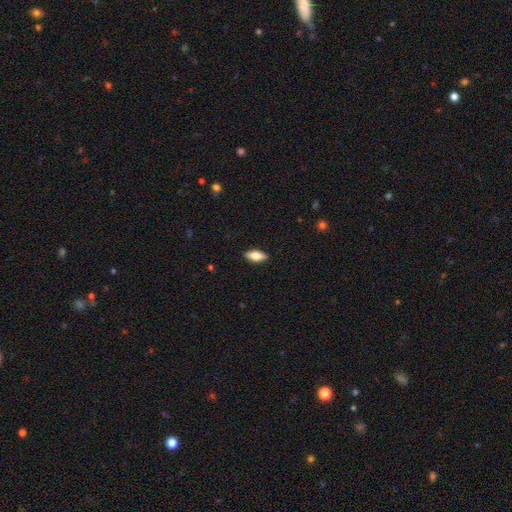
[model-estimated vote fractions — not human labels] A smooth galaxy with no disk features (74%) that is in between round and cigar-shaped (82%). Merging: none (89%).